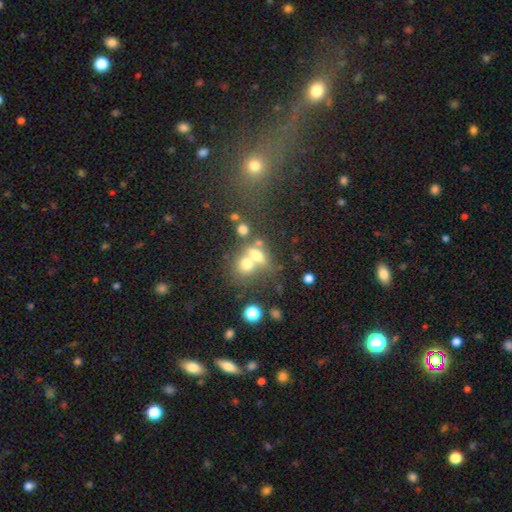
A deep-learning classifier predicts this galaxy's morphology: Smooth or featured?
  - smooth: 63% *
  - featured or disk: 21%
  - star or artifact: 16%
How rounded?
  - in between: 56% *
  - round: 39%
  - cigar-shaped: 6%
Merging?
  - merger: 56% *
  - none: 29%
  - minor disturbance: 8%
  - major disturbance: 6%